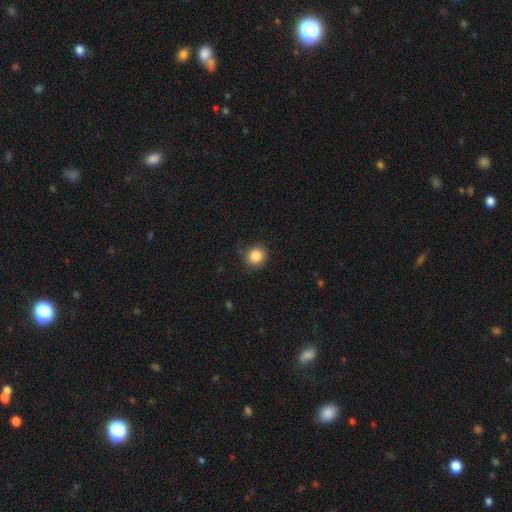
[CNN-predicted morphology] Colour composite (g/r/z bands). It shows a smooth galaxy with no disk features (87%) that is round (88%). Merging: none (80%).